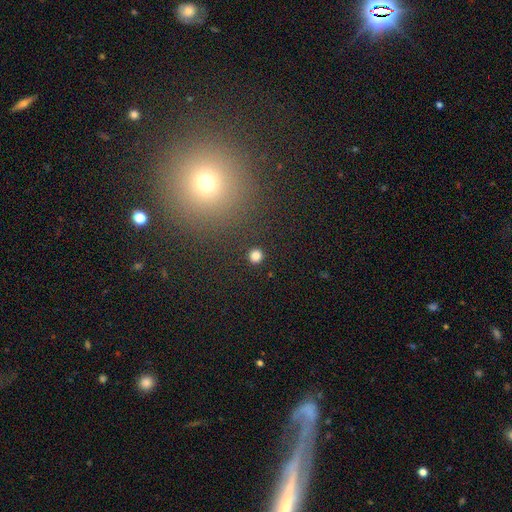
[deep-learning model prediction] smooth-or-featured: smooth: 82% | star or artifact: 14% | featured or disk: 4%
  how-rounded: round: 93% | in between: 6% | cigar-shaped: 1%
  merging: none: 91% | minor disturbance: 5% | major disturbance: 2% | merger: 2%